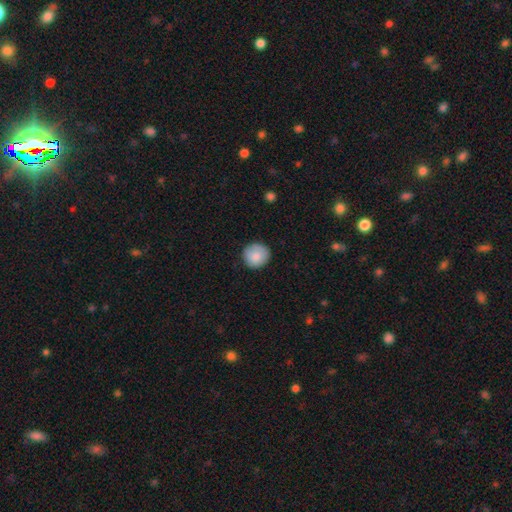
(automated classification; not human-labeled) Smooth or featured?
  - smooth: 87% *
  - star or artifact: 7%
  - featured or disk: 6%
How rounded?
  - round: 93% *
  - in between: 6%
  - cigar-shaped: 1%
Merging?
  - none: 87% *
  - minor disturbance: 10%
  - major disturbance: 2%
  - merger: 1%